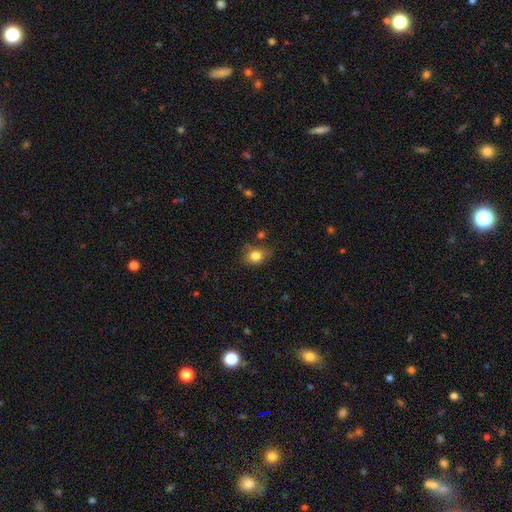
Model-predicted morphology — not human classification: Q: Smooth or featured?
A: smooth (80%); runner-up: star or artifact (10%)
Q: How rounded?
A: round (54%); runner-up: in between (44%)
Q: Merging?
A: none (63%); runner-up: minor disturbance (27%)